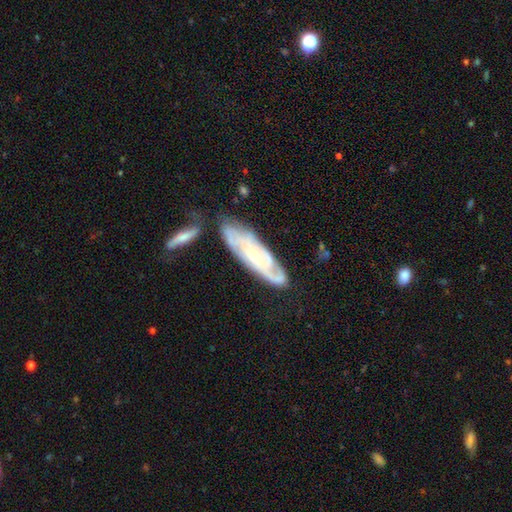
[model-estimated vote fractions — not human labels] Q: Smooth or featured?
A: featured or disk (80%); runner-up: smooth (14%)
Q: Edge-on disk?
A: no (84%); runner-up: yes (16%)
Q: Bar?
A: no (65%); runner-up: weak (28%)
Q: Spiral arms?
A: yes (91%); runner-up: no (9%)
Q: Spiral winding?
A: tight (66%); runner-up: medium (27%)
Q: Spiral arm count?
A: can't tell (45%); runner-up: 2 (31%)
Q: Bulge size?
A: small (57%); runner-up: moderate (40%)
Q: Merging?
A: none (67%); runner-up: minor disturbance (20%)